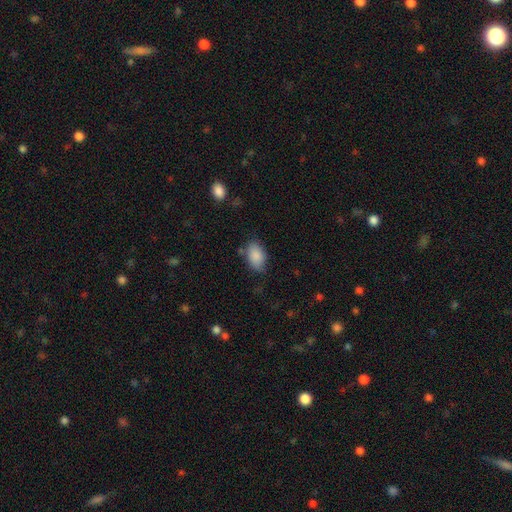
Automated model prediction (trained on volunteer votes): smooth_or_featured: smooth (p=0.87) [alt: star or artifact p=0.07]
how_rounded: in between (p=0.91) [alt: round p=0.08]
merging: none (p=0.74) [alt: minor disturbance p=0.19]